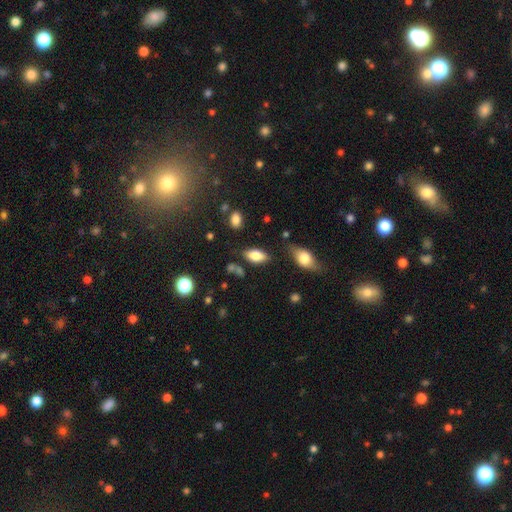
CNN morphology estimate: This appears to be a smooth galaxy with no disk features (77%) that is in between round and cigar-shaped (90%). Merging: none (74%).